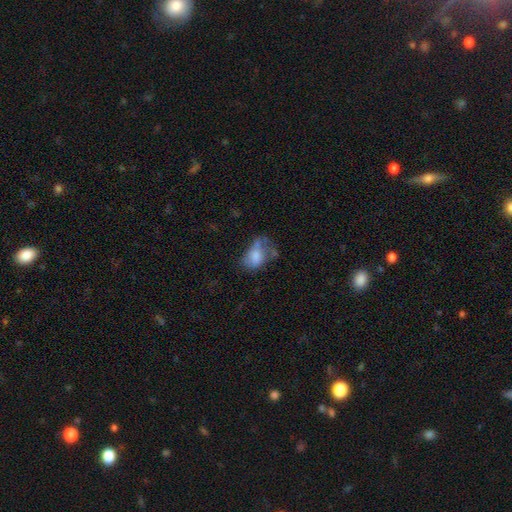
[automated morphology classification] smooth 66%, featured or disk 23%, star or artifact 10%. Down the decision tree: how rounded — in between (82%); merging — major disturbance (31%).